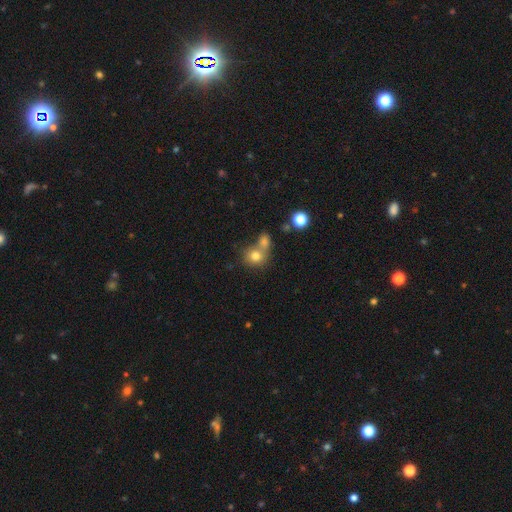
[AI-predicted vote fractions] This appears to be a smooth galaxy with no disk features (77%) that is round (77%). Merging: merger (45%).